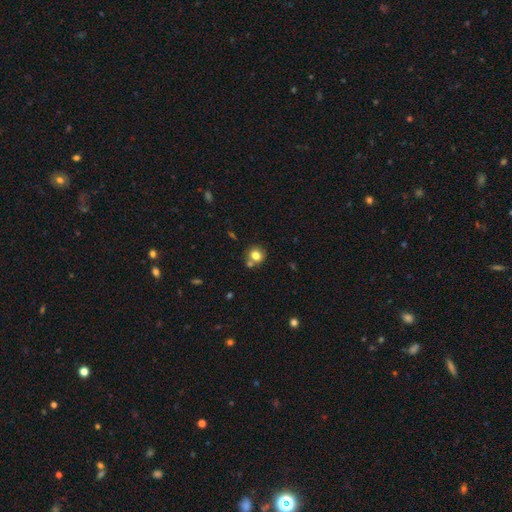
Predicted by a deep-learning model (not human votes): Smooth or featured? Predicted: smooth (p=0.78). How rounded? Predicted: round (p=0.87). Merging? Predicted: none (p=0.67).